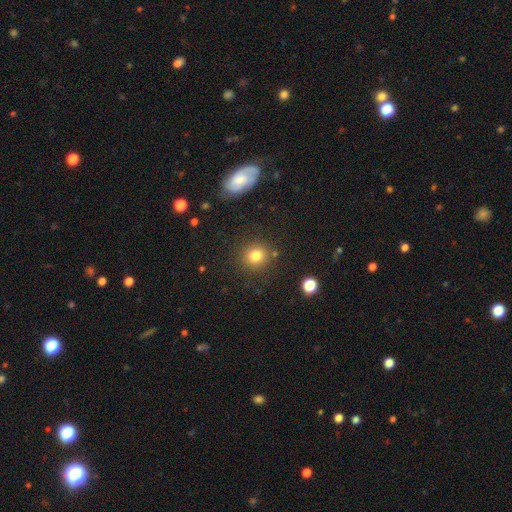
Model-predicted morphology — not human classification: This appears to be a smooth galaxy with no disk features (80%) that is round (88%). Merging: none (85%).